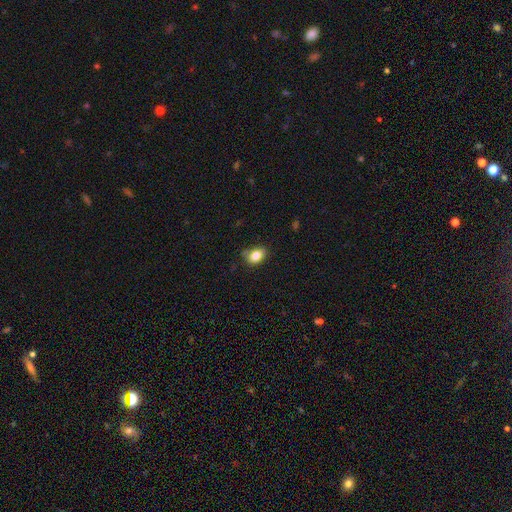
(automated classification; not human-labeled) This appears to be a smooth galaxy with no disk features (84%) that is in between round and cigar-shaped (80%). Merging: none (71%).